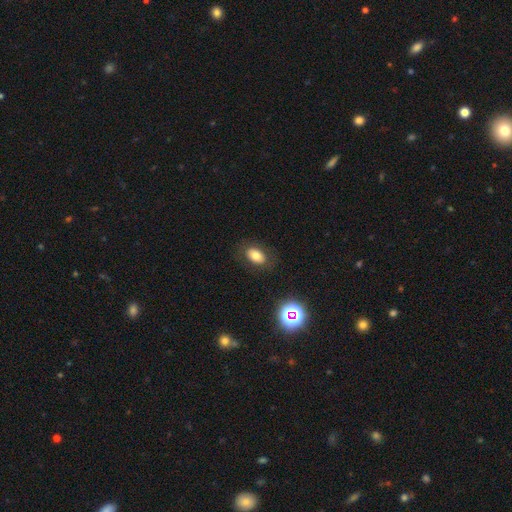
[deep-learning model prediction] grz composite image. It shows a smooth galaxy with no disk features (75%) that is in between round and cigar-shaped (85%). Merging: none (83%).